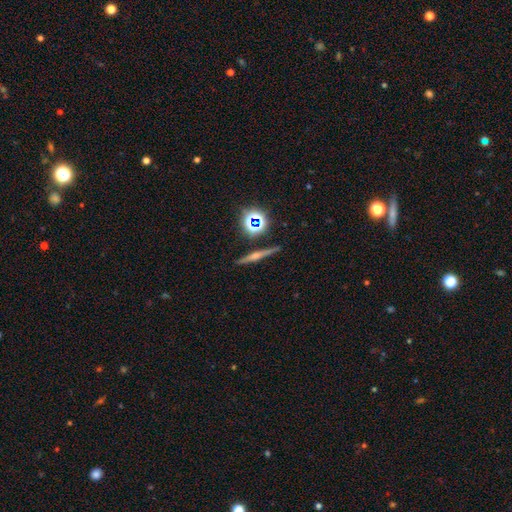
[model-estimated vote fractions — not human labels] Smooth or featured? Predicted: featured or disk (p=0.61). Edge-on disk? Predicted: yes (p=0.96). Edge-on bulge? Predicted: rounded (p=0.80). Merging? Predicted: none (p=0.88).